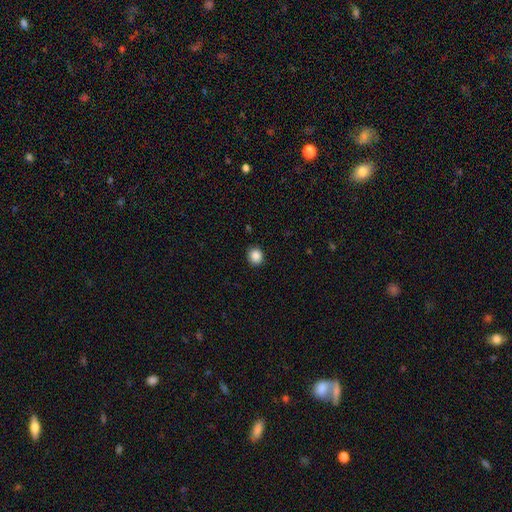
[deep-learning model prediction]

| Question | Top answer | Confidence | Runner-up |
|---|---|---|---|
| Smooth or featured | smooth | 87% | star or artifact (9%) |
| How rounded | round | 82% | in between (17%) |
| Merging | none | 90% | minor disturbance (7%) |